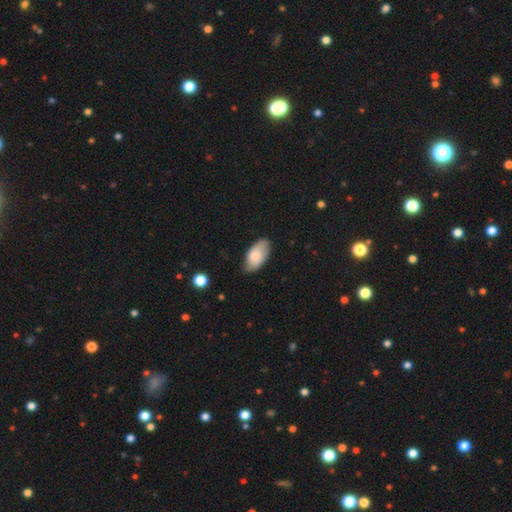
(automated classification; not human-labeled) Smooth or featured: smooth — 77% (featured or disk — 17%)
How rounded: in between — 95% (cigar-shaped — 3%)
Merging: none — 74% (minor disturbance — 21%)